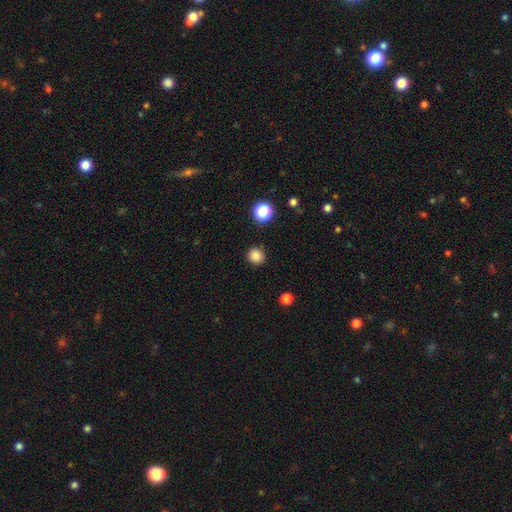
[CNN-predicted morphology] This appears to be a smooth galaxy with no disk features (85%) that is round (90%). Merging: none (90%).